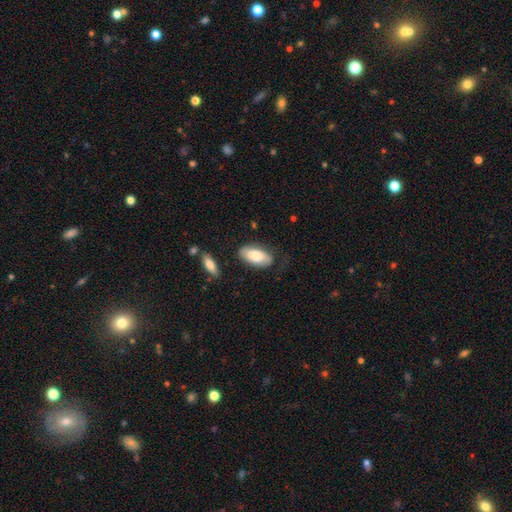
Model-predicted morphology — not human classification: The model was most divided on "merging": none: 65%, minor disturbance: 23%, major disturbance: 9%, merger: 3%. More confident: how rounded — in between (93%); smooth or featured — smooth (71%).